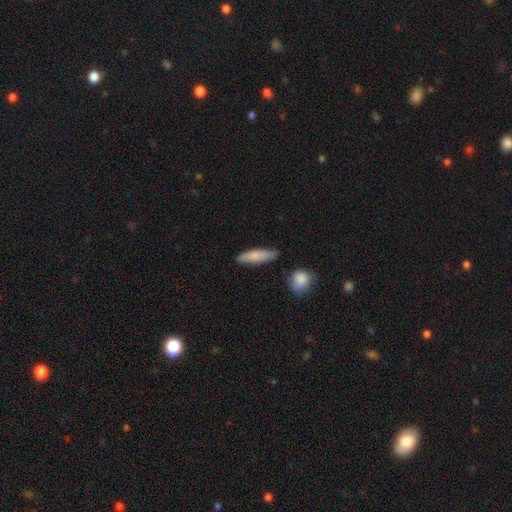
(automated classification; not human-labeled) smooth-or-featured: smooth: 79% | featured or disk: 15% | star or artifact: 6%
  how-rounded: cigar-shaped: 63% | in between: 34% | round: 2%
  merging: none: 82% | minor disturbance: 12% | merger: 3% | major disturbance: 2%